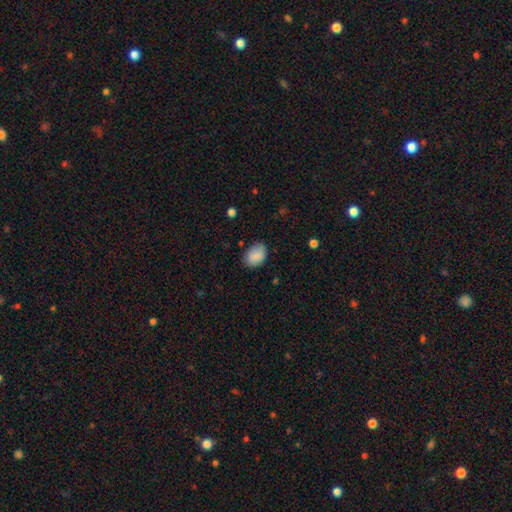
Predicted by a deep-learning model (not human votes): Morphology: type=smooth (86%); roundness=in between (76%); merging=none (74%).